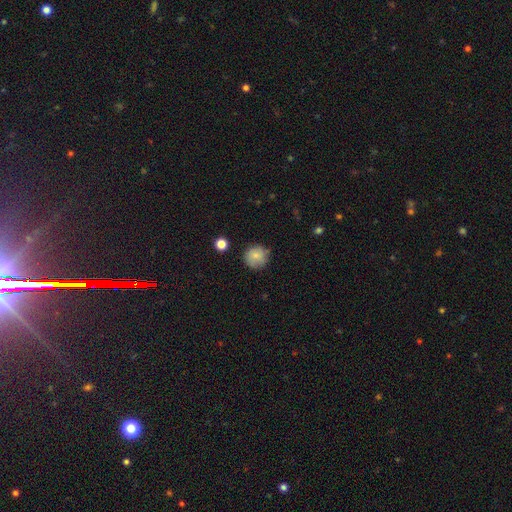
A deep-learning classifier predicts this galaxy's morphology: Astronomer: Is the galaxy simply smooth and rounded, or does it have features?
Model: smooth — 82%.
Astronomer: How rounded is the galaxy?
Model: round — 92%.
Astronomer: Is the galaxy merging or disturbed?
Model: none — 80%.